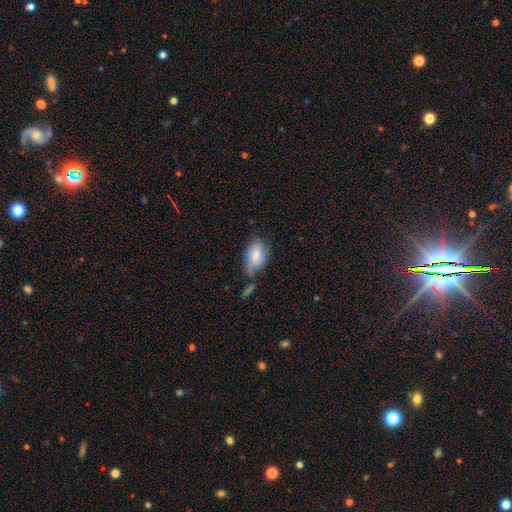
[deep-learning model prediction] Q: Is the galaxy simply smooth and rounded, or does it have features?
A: smooth — 67%.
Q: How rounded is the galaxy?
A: in between — 90%.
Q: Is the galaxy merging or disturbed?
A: none — 47%.